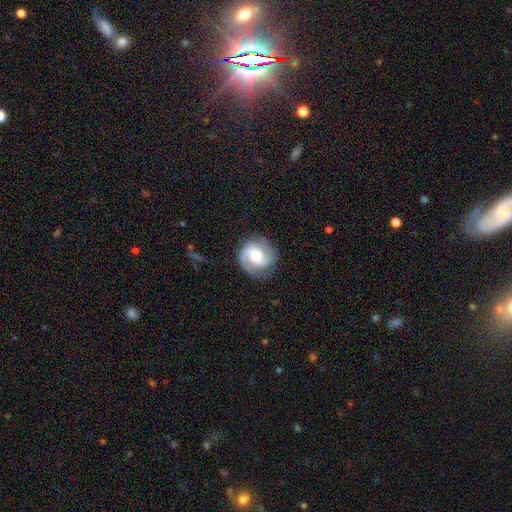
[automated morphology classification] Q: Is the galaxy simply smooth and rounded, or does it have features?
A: featured or disk — 84%.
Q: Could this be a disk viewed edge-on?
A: no — 98%.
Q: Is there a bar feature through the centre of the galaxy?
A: no — 46%.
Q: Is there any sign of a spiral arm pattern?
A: yes — 97%.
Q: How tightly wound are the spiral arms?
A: medium — 50%.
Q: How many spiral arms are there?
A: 2 — 88%.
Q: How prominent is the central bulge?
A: moderate — 63%.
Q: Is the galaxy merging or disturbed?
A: none — 82%.